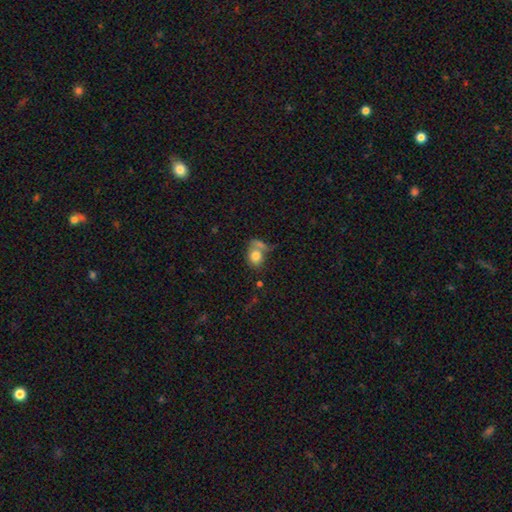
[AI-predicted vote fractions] Overall: smooth (78%). How rounded: in between (52%; round 46%). Merging: none (40%; merger 36%).